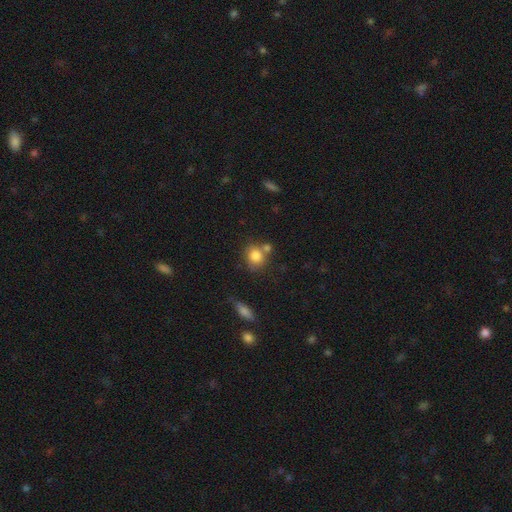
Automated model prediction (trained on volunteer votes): This appears to be a smooth galaxy with no disk features (82%) that is round (70%). Merging: none (59%).